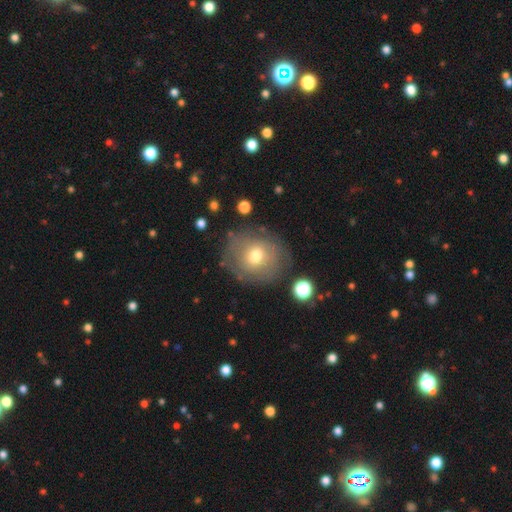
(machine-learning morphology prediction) type=smooth (62%); roundness=round (76%); merging=none (73%).